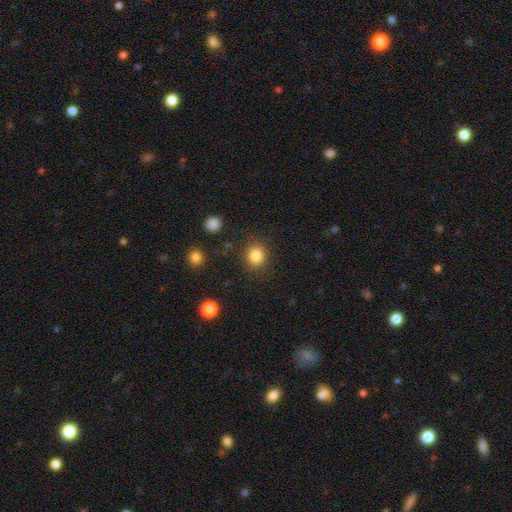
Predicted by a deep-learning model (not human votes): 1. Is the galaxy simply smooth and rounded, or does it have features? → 84% smooth, 11% star or artifact, 5% featured or disk.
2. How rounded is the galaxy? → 80% round, 19% in between, 1% cigar-shaped.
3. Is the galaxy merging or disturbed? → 85% none, 9% minor disturbance, 4% major disturbance, 2% merger.